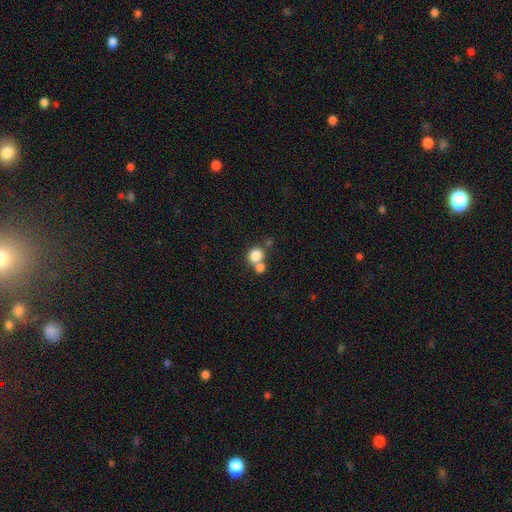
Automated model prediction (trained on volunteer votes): Smooth or featured?
  - smooth: 81% *
  - star or artifact: 11%
  - featured or disk: 8%
How rounded?
  - round: 79% *
  - in between: 20%
  - cigar-shaped: 1%
Merging?
  - none: 45% *
  - merger: 44%
  - minor disturbance: 8%
  - major disturbance: 4%